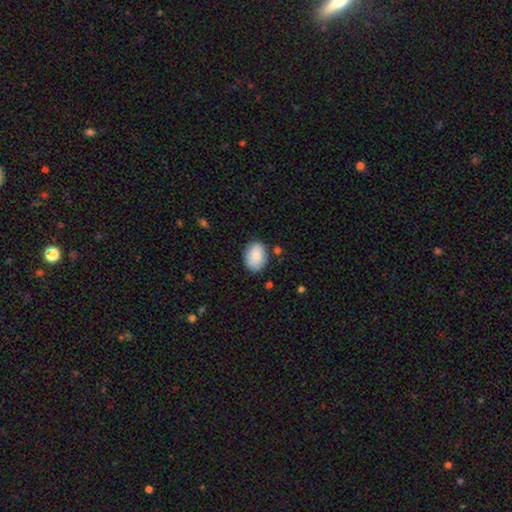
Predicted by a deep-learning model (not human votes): A smooth galaxy with no disk features (87%) that is in between round and cigar-shaped (79%).

Vote fractions:
- Smooth or featured? smooth: 87% / featured or disk: 7% / star or artifact: 6%
- How rounded? in between: 79% / round: 20% / cigar-shaped: 1%
- Merging? none: 79% / minor disturbance: 15% / major disturbance: 3% / merger: 3%